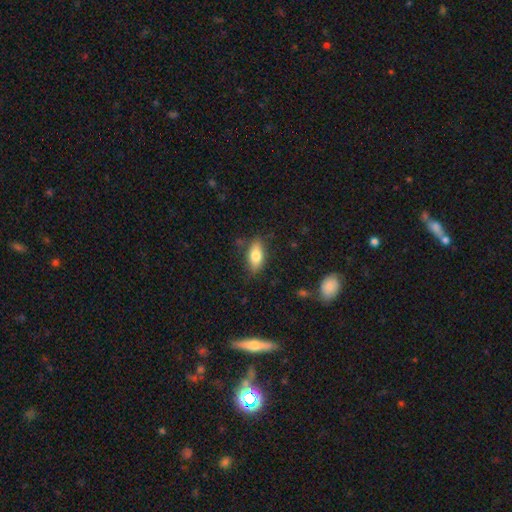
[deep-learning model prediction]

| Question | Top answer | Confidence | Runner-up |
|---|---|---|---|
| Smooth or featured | smooth | 76% | featured or disk (17%) |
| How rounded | in between | 84% | cigar-shaped (12%) |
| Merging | none | 81% | minor disturbance (14%) |